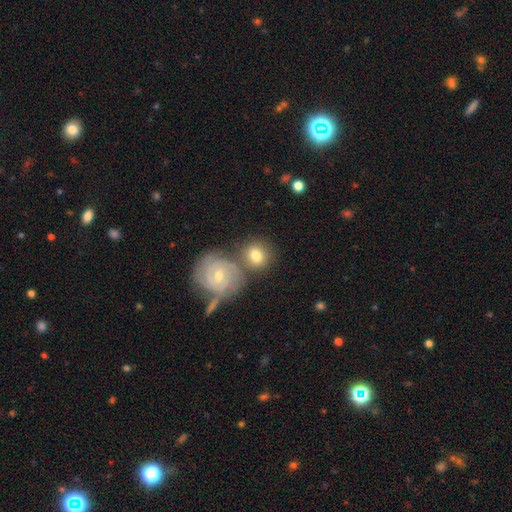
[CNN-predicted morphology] type=smooth (58%); roundness=round (75%); merging=none (62%).